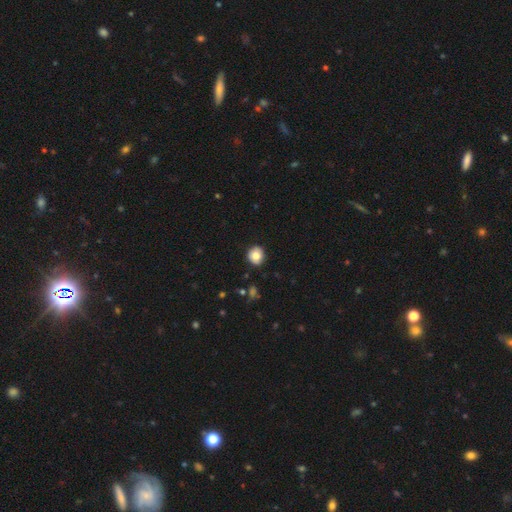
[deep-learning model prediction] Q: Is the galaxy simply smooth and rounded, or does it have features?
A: smooth — 81%.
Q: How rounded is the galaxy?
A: round — 84%.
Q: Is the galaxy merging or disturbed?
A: none — 84%.